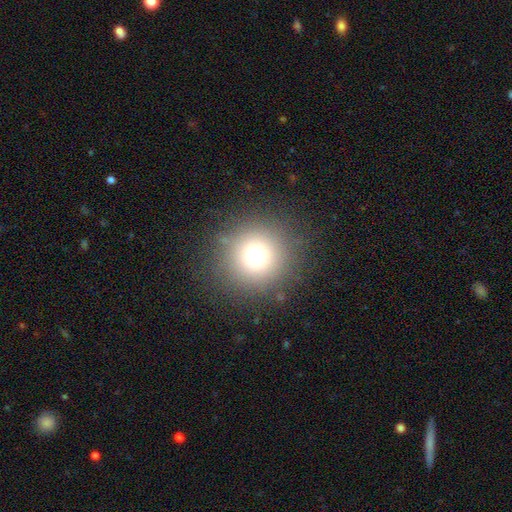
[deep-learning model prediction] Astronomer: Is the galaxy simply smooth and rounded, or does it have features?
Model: smooth — 69%.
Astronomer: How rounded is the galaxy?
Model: round — 95%.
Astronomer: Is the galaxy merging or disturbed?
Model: none — 87%.